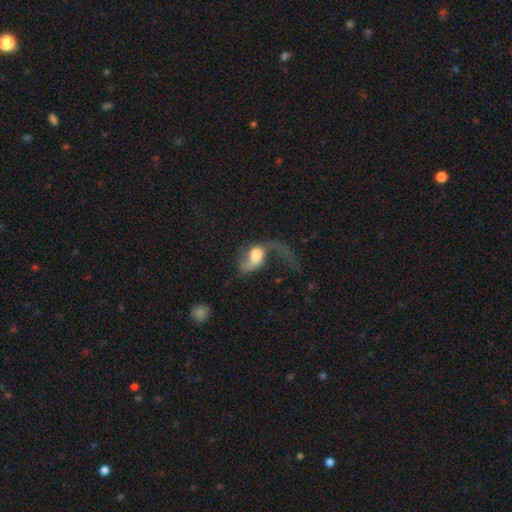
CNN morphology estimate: This is possibly a featured or disk galaxy (56%). It is clearly not viewed edge-on (95%). Bar: likely no (61%). Spiral arm pattern: likely yes (80%). Central bulge: possibly large (46%). Merging: possibly major disturbance (57%).